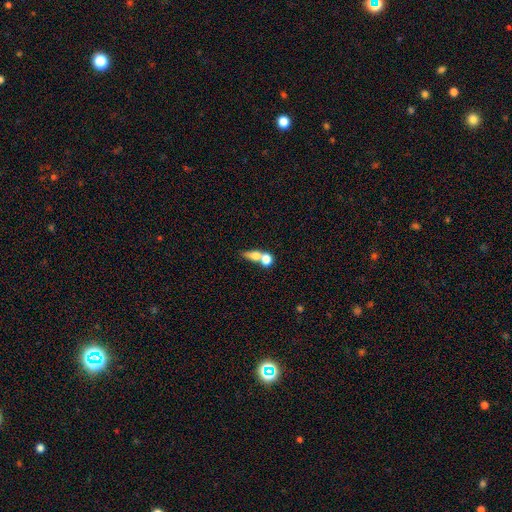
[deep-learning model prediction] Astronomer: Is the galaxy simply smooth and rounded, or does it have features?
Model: smooth — 67%.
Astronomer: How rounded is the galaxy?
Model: in between — 46% (runner-up: round, 39%).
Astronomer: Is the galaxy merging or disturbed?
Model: merger — 60%.